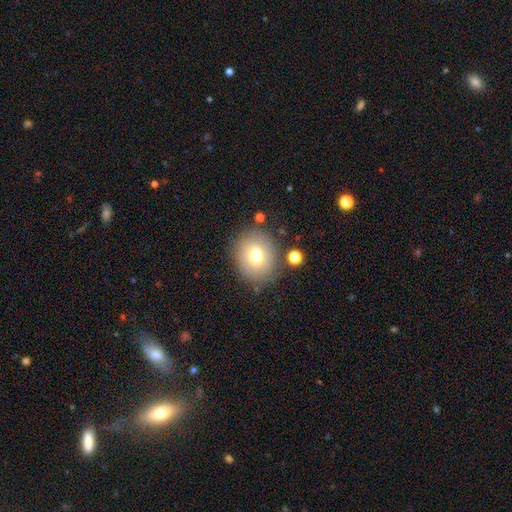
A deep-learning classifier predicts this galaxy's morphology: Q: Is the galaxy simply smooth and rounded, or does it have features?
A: smooth — 72%.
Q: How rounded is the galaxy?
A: round — 66%.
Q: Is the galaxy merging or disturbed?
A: none — 79%.